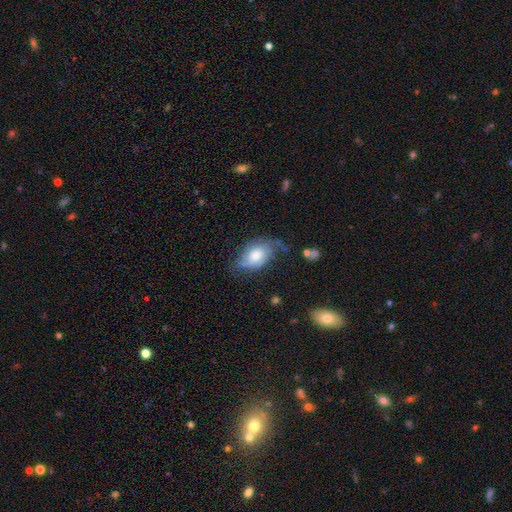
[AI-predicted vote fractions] Smooth or featured?
  - smooth: 59% *
  - featured or disk: 34%
  - star or artifact: 8%
How rounded?
  - in between: 87% *
  - round: 11%
  - cigar-shaped: 2%
Merging?
  - none: 46% *
  - minor disturbance: 35%
  - major disturbance: 15%
  - merger: 3%